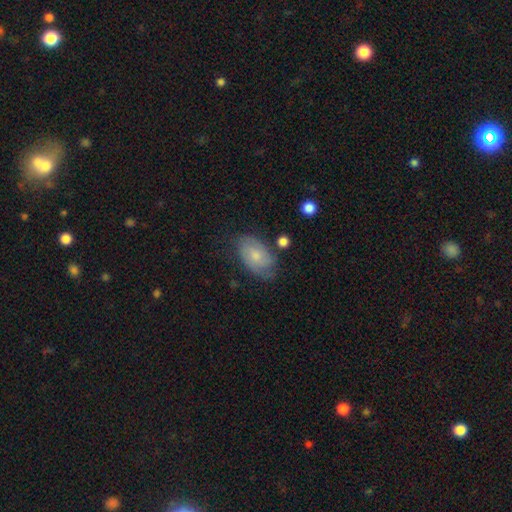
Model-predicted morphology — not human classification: Smooth or featured? Predicted: smooth (p=0.51). How rounded? Predicted: in between (p=0.90). Merging? Predicted: none (p=0.65).